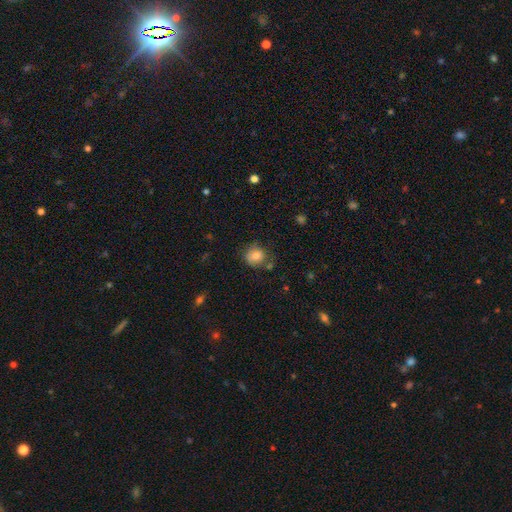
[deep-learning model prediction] This is likely a smooth galaxy (79%). How rounded: clearly round (86%). Merging: likely none (72%).